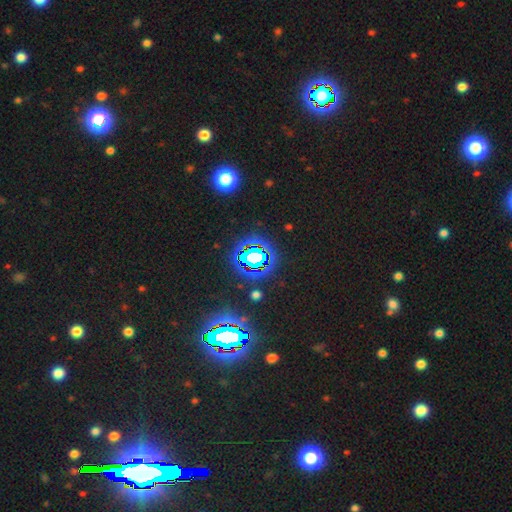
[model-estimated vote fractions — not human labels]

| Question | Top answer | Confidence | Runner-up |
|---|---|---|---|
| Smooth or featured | star or artifact | 79% | smooth (12%) |